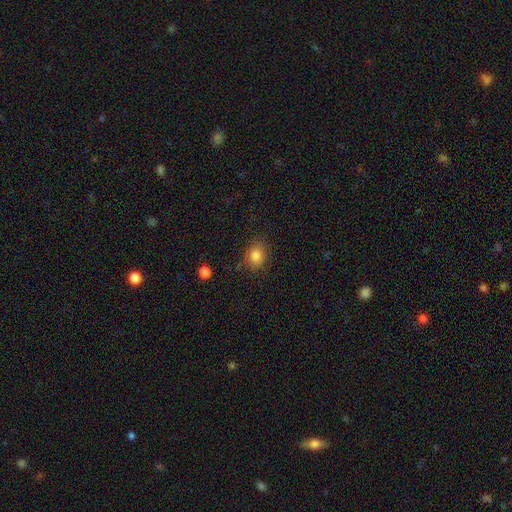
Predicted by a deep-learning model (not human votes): smooth_or_featured: smooth (p=0.82) [alt: star or artifact p=0.11]
how_rounded: round (p=0.53) [alt: in between p=0.46]
merging: none (p=0.77) [alt: minor disturbance p=0.16]